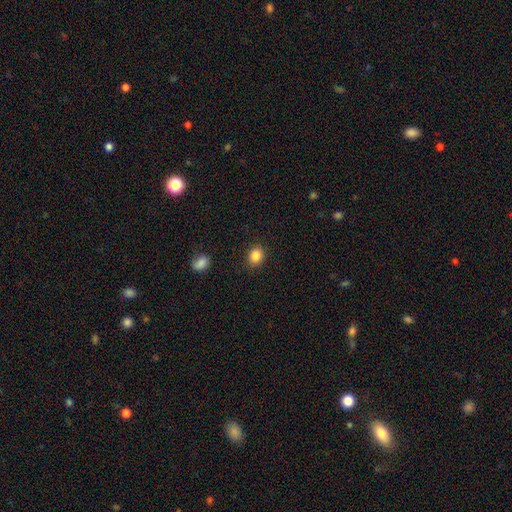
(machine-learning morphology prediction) Smooth or featured? Predicted: smooth (p=0.86). How rounded? Predicted: round (p=0.59). Merging? Predicted: none (p=0.89).